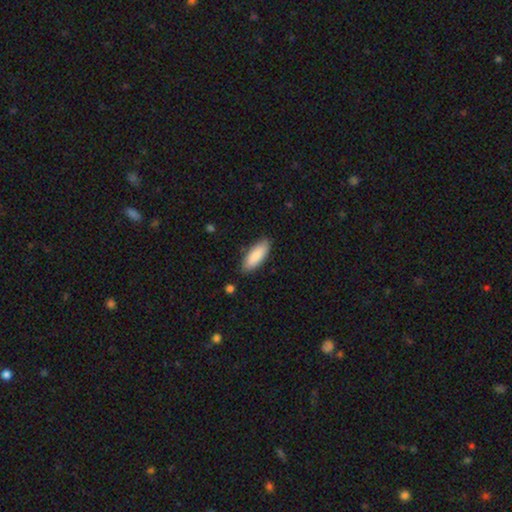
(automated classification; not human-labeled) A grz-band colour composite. It shows a smooth galaxy with no disk features (87%) that is in between round and cigar-shaped (69%). Merging: none (85%).